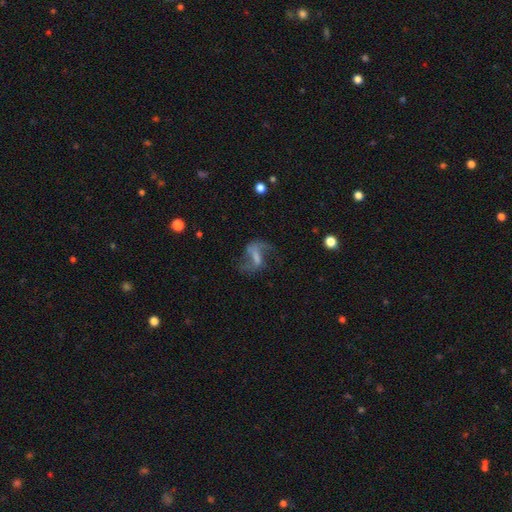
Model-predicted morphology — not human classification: The model was most divided on "bar": weak: 42%, strong: 36%, no: 22%. Remaining: edge-on disk — no (96%); spiral arm count — 2 (83%); spiral arms — yes (82%); spiral winding — loose (73%); smooth or featured — featured or disk (69%); merging — none (49%); bulge size — none (45%).